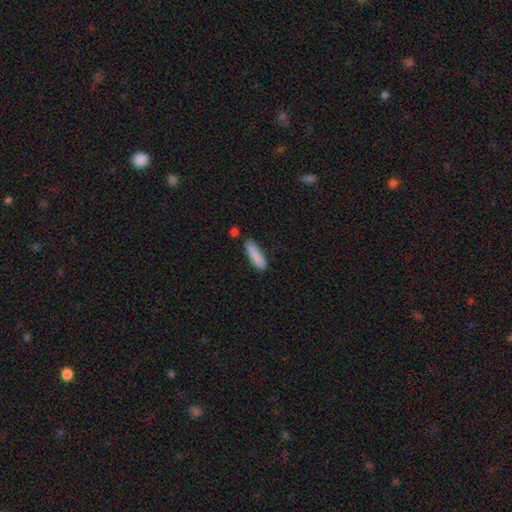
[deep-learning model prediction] A smooth galaxy with no disk features (87%) that is cigar-shaped (66%). Merging: none (80%).